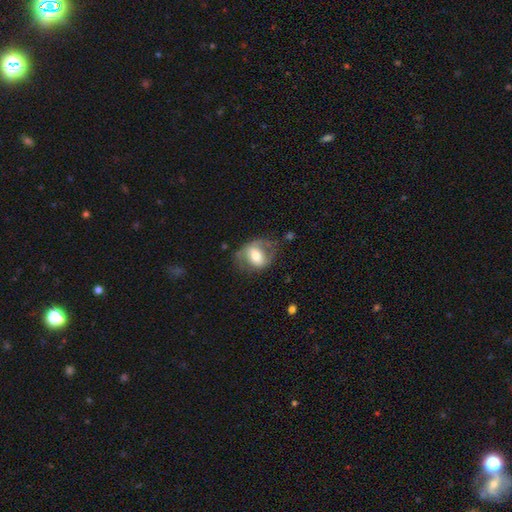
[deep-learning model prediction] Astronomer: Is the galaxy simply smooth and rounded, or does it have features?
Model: featured or disk — 47% (runner-up: smooth, 46%).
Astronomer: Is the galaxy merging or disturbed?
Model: none — 51%.